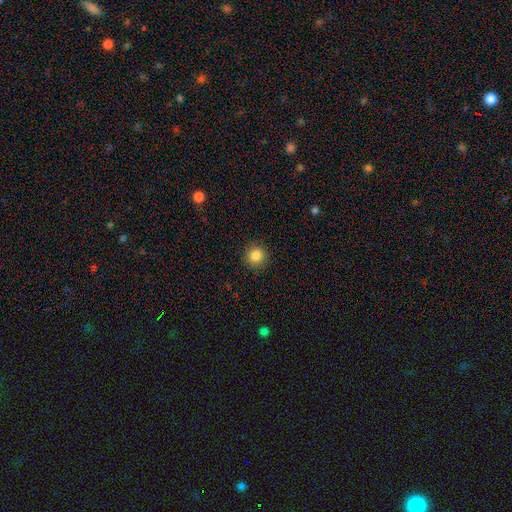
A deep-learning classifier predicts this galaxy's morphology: Smooth or featured?
  - smooth: 85% *
  - star or artifact: 10%
  - featured or disk: 4%
How rounded?
  - round: 92% *
  - in between: 7%
  - cigar-shaped: 1%
Merging?
  - none: 90% *
  - minor disturbance: 7%
  - major disturbance: 2%
  - merger: 1%